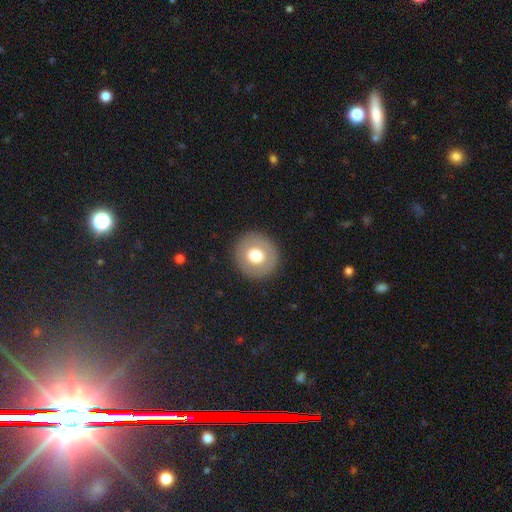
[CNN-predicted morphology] The model was most divided on "smooth or featured": smooth: 68%, featured or disk: 23%, star or artifact: 8%. More confident: how rounded — round (92%); merging — none (90%).